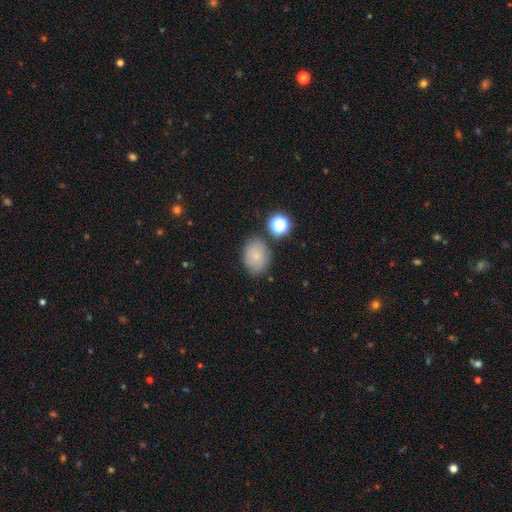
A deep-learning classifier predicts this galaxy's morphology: smooth_or_featured: smooth (p=0.76) [alt: featured or disk p=0.12]
how_rounded: in between (p=0.68) [alt: round p=0.31]
merging: none (p=0.74) [alt: minor disturbance p=0.16]